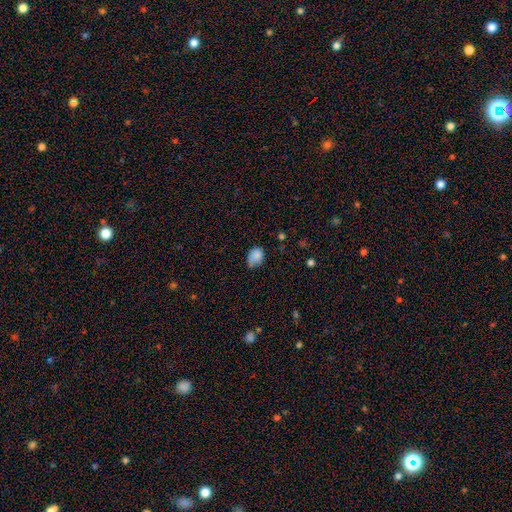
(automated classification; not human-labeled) This appears to be a smooth galaxy with no disk features (83%) that is in between round and cigar-shaped (58%). Merging: none (49%).